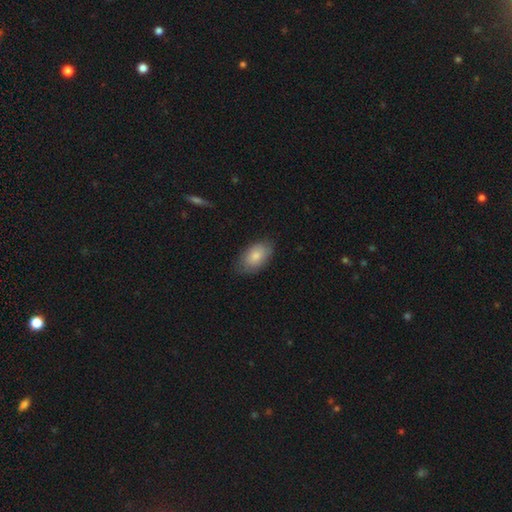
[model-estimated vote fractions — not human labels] Morphology: type=smooth (81%); roundness=in between (93%); merging=none (75%).